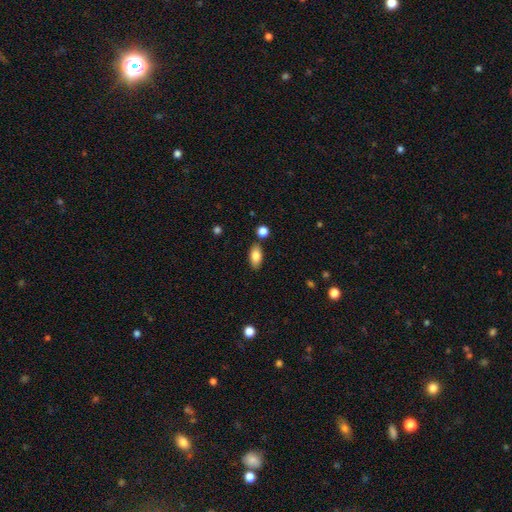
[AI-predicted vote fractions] This appears to be a smooth galaxy with no disk features (84%) that is in between round and cigar-shaped (91%). Merging: none (82%).